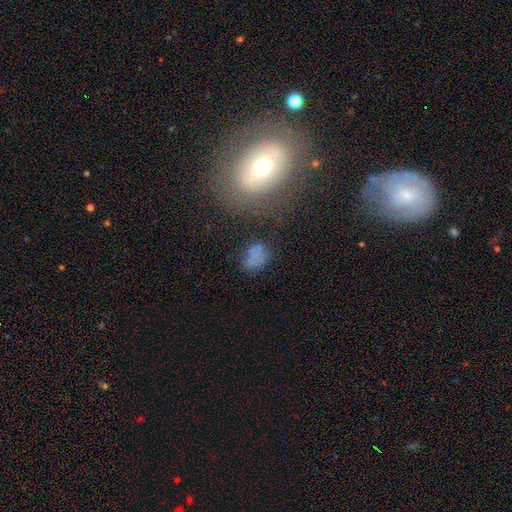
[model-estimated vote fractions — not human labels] A smooth galaxy with no disk features (66%) that is in between round and cigar-shaped (75%).

Vote fractions:
- Smooth or featured? smooth: 66% / star or artifact: 19% / featured or disk: 15%
- How rounded? in between: 75% / round: 23% / cigar-shaped: 2%
- Merging? none: 55% / minor disturbance: 22% / major disturbance: 13% / merger: 10%